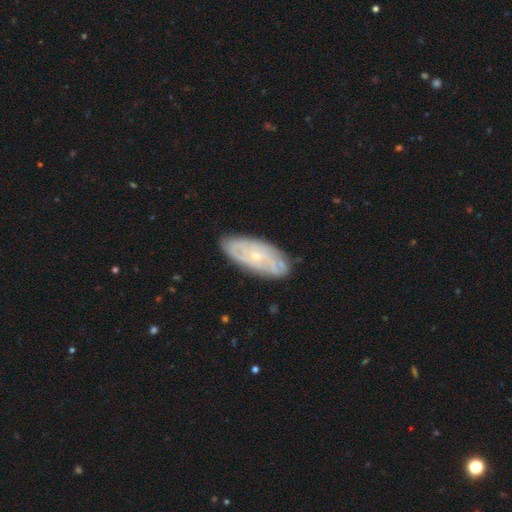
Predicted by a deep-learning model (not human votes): smooth_or_featured: featured or disk (p=0.69) [alt: smooth p=0.24]
disk_edge_on: no (p=0.89) [alt: yes p=0.11]
bar: no (p=0.79) [alt: weak p=0.17]
has_spiral_arms: yes (p=0.79) [alt: no p=0.21]
bulge_size: small (p=0.75) [alt: moderate p=0.22]
merging: none (p=0.82) [alt: minor disturbance p=0.14]